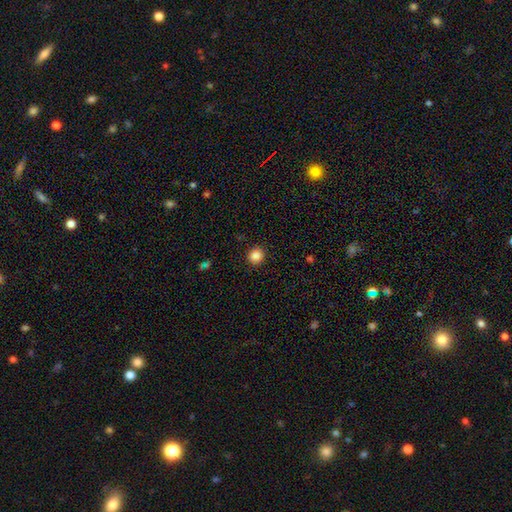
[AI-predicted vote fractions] smooth 86%, star or artifact 11%, featured or disk 4%. Down the decision tree: how rounded — round (90%); merging — none (91%).